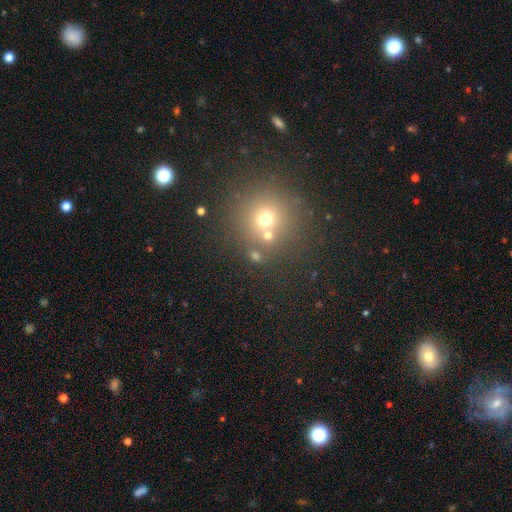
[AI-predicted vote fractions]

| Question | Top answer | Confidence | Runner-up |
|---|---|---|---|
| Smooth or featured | smooth | 61% | star or artifact (26%) |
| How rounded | round | 88% | in between (11%) |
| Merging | none | 66% | merger (21%) |